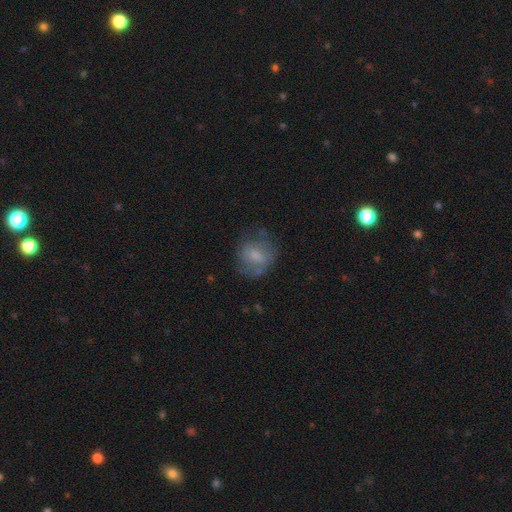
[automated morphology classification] type=smooth (55%); roundness=round (66%); merging=none (56%).